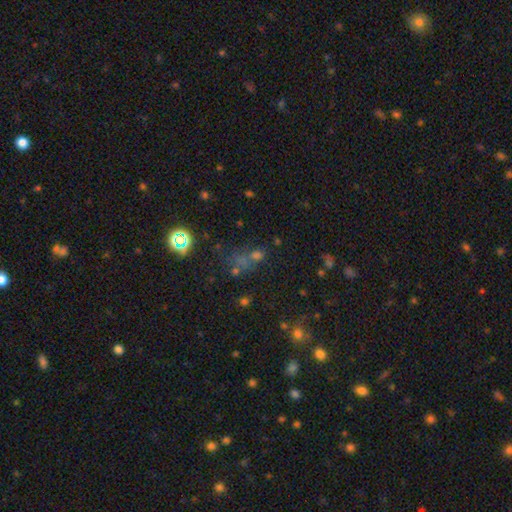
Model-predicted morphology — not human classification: Smooth or featured: star or artifact — 45% (smooth — 42%)